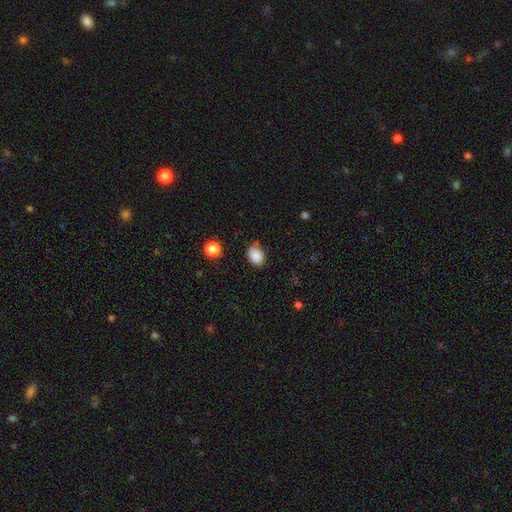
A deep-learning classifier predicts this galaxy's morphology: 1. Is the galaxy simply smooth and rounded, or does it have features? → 87% smooth, 9% star or artifact, 4% featured or disk.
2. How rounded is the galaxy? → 70% in between, 30% round, 1% cigar-shaped.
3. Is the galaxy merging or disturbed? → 68% none, 24% minor disturbance, 5% major disturbance, 3% merger.